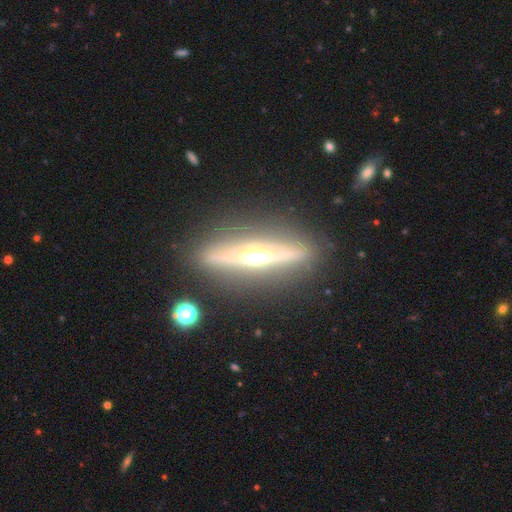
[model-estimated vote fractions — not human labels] Q: Smooth or featured?
A: featured or disk (79%); runner-up: smooth (14%)
Q: Edge-on disk?
A: yes (95%); runner-up: no (5%)
Q: Edge-on bulge?
A: rounded (94%); runner-up: boxy (3%)
Q: Merging?
A: none (87%); runner-up: minor disturbance (8%)